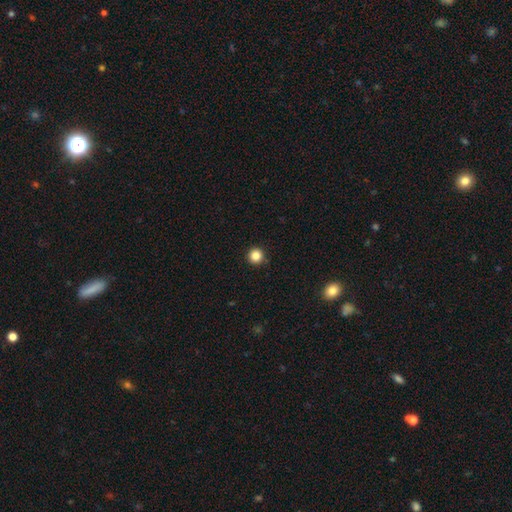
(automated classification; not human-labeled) Q: Smooth or featured?
A: smooth (86%); runner-up: star or artifact (11%)
Q: How rounded?
A: round (96%); runner-up: in between (3%)
Q: Merging?
A: none (92%); runner-up: minor disturbance (5%)